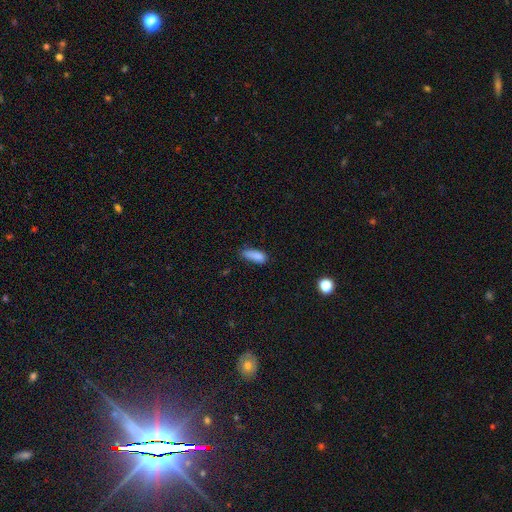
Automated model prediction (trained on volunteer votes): This appears to be a smooth galaxy with no disk features (84%) that is in between round and cigar-shaped (68%). Merging: none (58%).